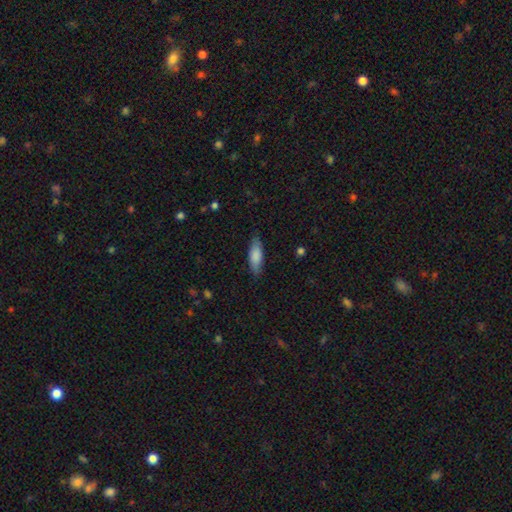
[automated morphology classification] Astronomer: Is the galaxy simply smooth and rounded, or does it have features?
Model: smooth — 82%.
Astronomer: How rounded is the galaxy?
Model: in between — 62%.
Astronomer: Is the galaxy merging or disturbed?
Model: none — 83%.